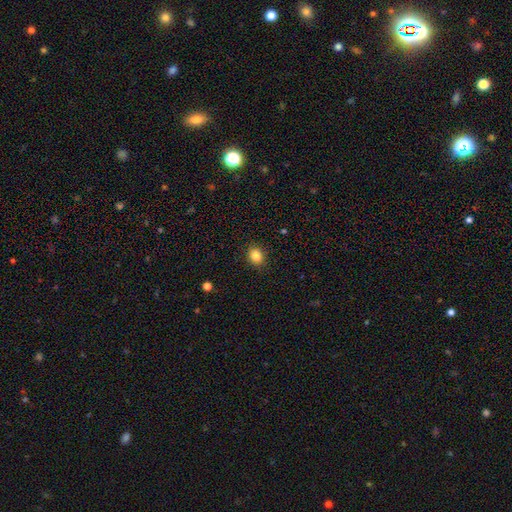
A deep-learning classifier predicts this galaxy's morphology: A smooth galaxy with no disk features (85%) that is round (60%).

Vote fractions:
- Smooth or featured? smooth: 85% / star or artifact: 10% / featured or disk: 5%
- How rounded? round: 60% / in between: 39% / cigar-shaped: 1%
- Merging? none: 89% / minor disturbance: 8% / major disturbance: 2% / merger: 1%